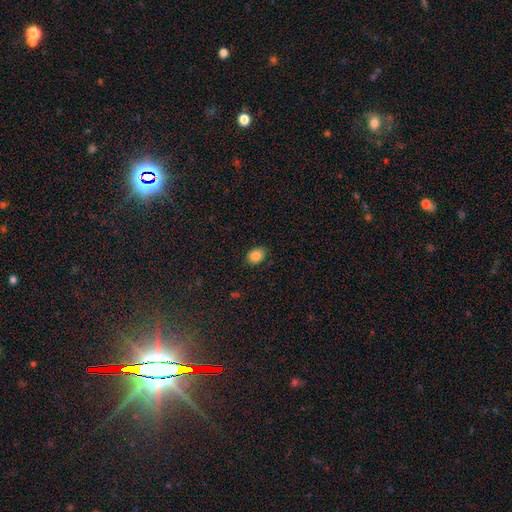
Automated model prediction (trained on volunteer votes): Overall: smooth (86%). How rounded: in between (57%; round 42%). Merging: none (86%).